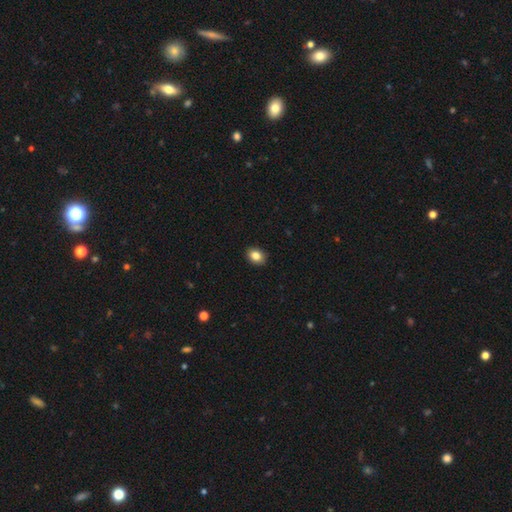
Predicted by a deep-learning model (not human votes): Smooth or featured?
  - smooth: 85% *
  - star or artifact: 9%
  - featured or disk: 6%
How rounded?
  - in between: 57% *
  - round: 42%
  - cigar-shaped: 1%
Merging?
  - none: 90% *
  - minor disturbance: 7%
  - major disturbance: 2%
  - merger: 1%